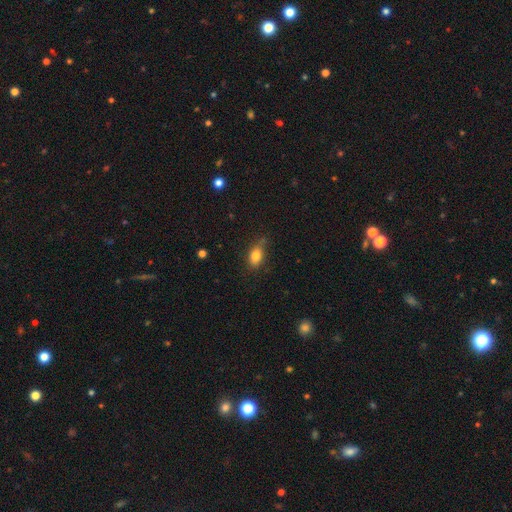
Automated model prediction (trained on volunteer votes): Smooth or featured?
  - smooth: 82% *
  - featured or disk: 9%
  - star or artifact: 9%
How rounded?
  - in between: 84% *
  - round: 11%
  - cigar-shaped: 5%
Merging?
  - none: 67% *
  - minor disturbance: 25%
  - major disturbance: 6%
  - merger: 2%